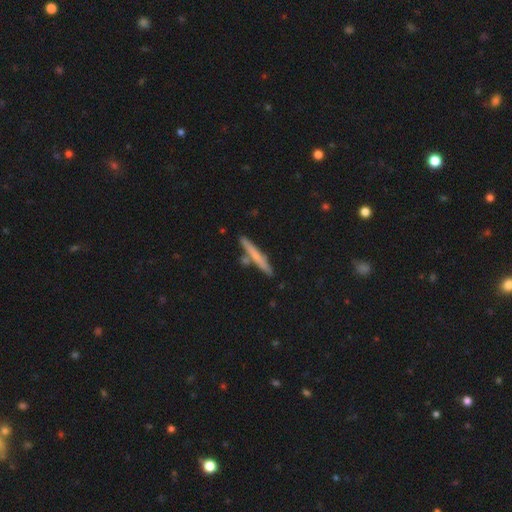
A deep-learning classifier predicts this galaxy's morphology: Smooth or featured? smooth (55%)
How rounded? cigar-shaped (95%)
Merging? none (80%)